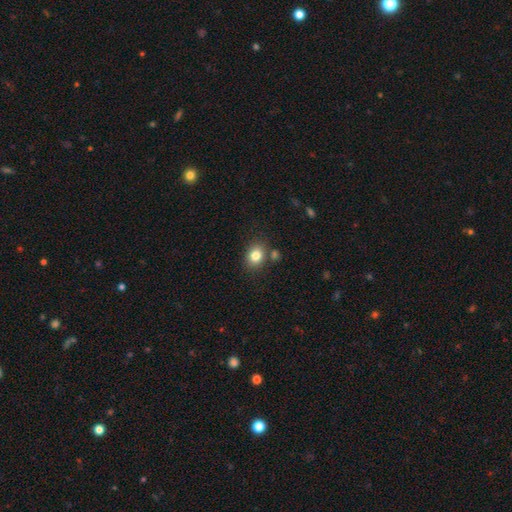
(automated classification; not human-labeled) Smooth or featured? Predicted: smooth (p=0.82). How rounded? Predicted: in between (p=0.52). Merging? Predicted: none (p=0.75).